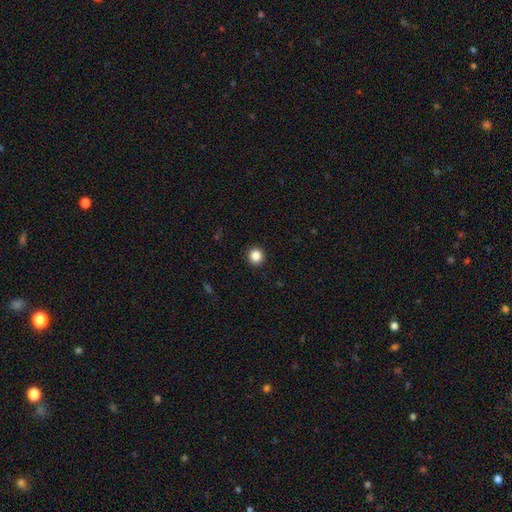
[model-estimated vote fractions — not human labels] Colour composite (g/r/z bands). It shows a smooth galaxy with no disk features (86%) that is round (91%). Merging: none (93%).